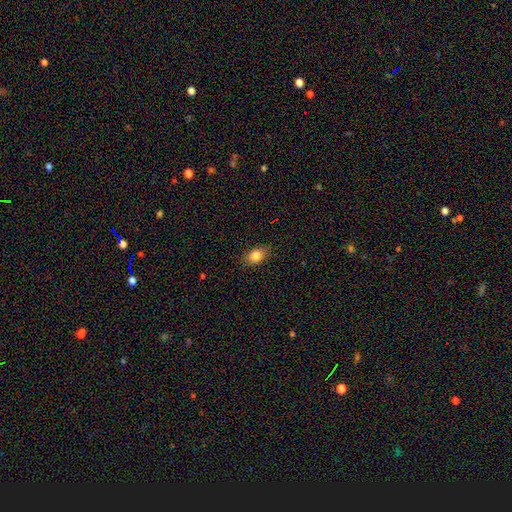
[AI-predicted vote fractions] smooth 83%, star or artifact 9%, featured or disk 8%. Down the decision tree: how rounded — in between (75%); merging — none (84%).